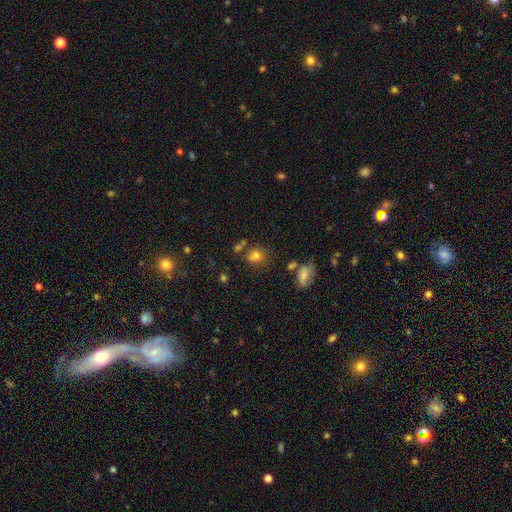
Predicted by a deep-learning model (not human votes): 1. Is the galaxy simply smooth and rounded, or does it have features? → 73% smooth, 16% star or artifact, 11% featured or disk.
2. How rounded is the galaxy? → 66% round, 33% in between, 1% cigar-shaped.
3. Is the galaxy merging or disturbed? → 54% none, 23% merger, 16% minor disturbance, 7% major disturbance.